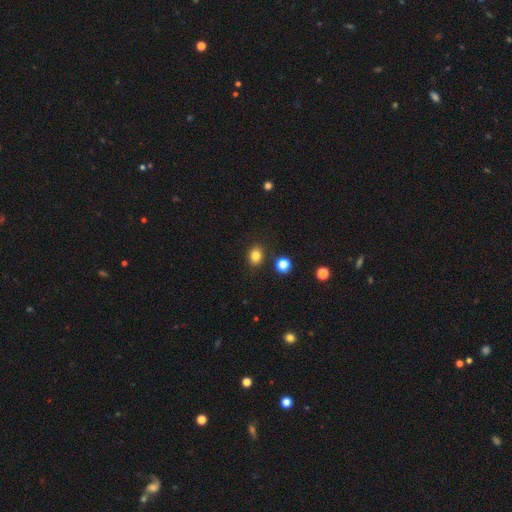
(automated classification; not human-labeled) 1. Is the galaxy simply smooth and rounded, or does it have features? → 82% smooth, 13% star or artifact, 5% featured or disk.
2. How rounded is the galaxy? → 58% round, 41% in between, 1% cigar-shaped.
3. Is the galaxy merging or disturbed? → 86% none, 9% minor disturbance, 3% merger, 2% major disturbance.